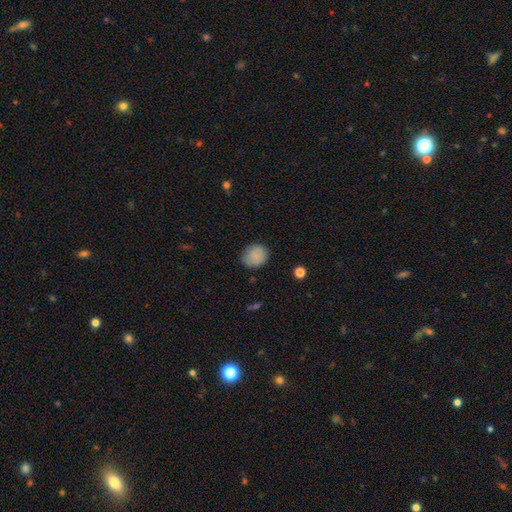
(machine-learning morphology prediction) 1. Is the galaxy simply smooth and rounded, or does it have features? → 85% smooth, 8% star or artifact, 6% featured or disk.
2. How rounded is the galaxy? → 74% round, 25% in between, 1% cigar-shaped.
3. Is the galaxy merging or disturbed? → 82% none, 14% minor disturbance, 3% major disturbance, 1% merger.